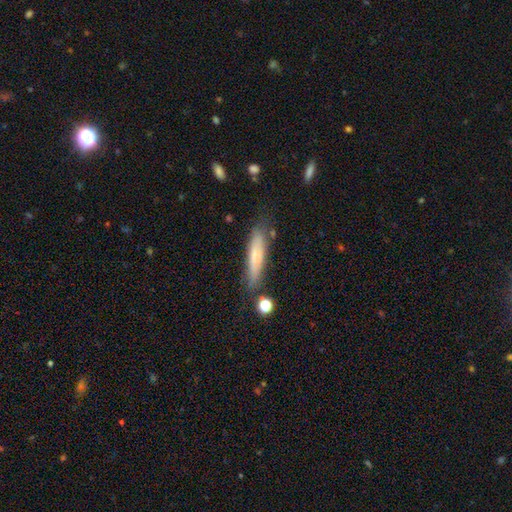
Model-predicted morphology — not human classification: Smooth or featured? smooth (66%)
How rounded? cigar-shaped (81%)
Merging? none (73%)